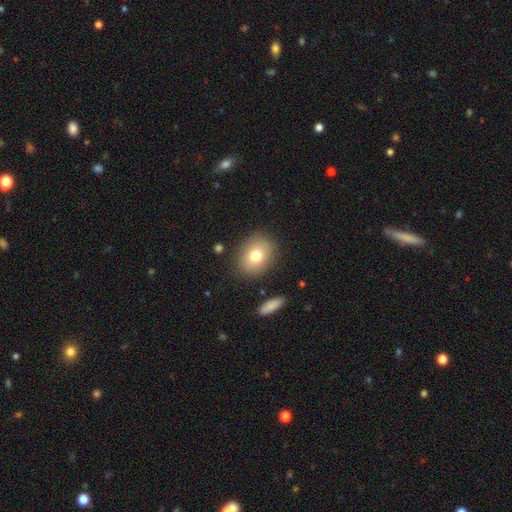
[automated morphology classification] smooth-or-featured: smooth: 76% | featured or disk: 15% | star or artifact: 10%
  how-rounded: in between: 59% | round: 40% | cigar-shaped: 1%
  merging: none: 86% | minor disturbance: 9% | major disturbance: 3% | merger: 2%